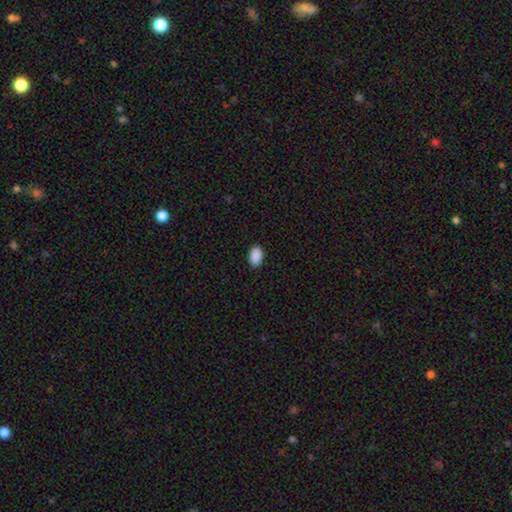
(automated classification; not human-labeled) Overall: smooth (90%). How rounded: in between (92%). Merging: none (90%).